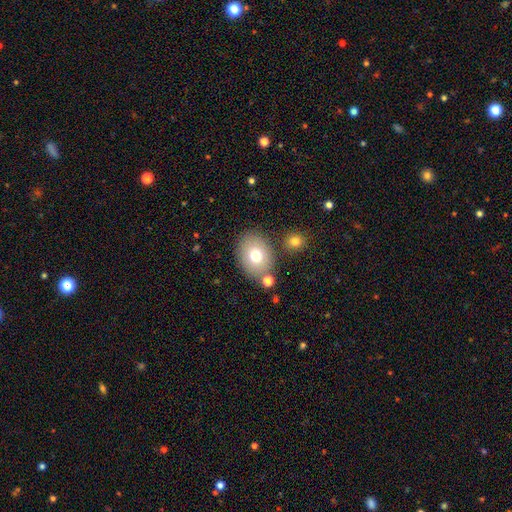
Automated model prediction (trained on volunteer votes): smooth_or_featured: smooth (p=0.74) [alt: featured or disk p=0.16]
how_rounded: in between (p=0.63) [alt: round p=0.36]
merging: none (p=0.76) [alt: minor disturbance p=0.12]